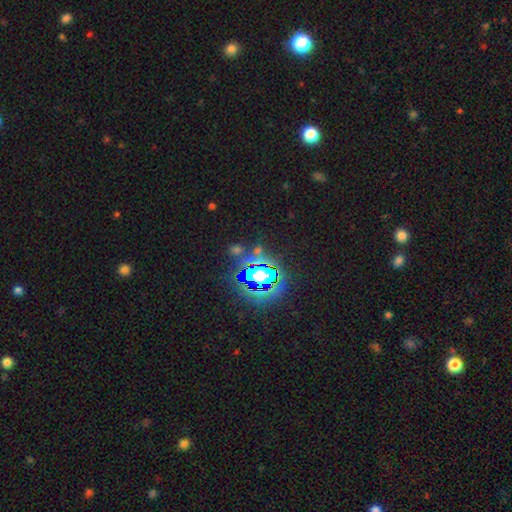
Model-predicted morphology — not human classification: Overall: star or artifact (75%).